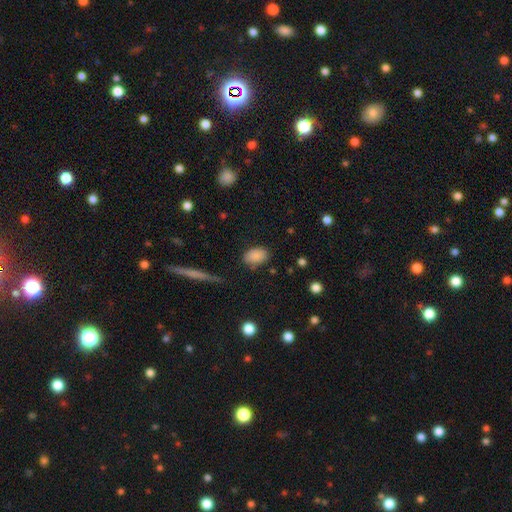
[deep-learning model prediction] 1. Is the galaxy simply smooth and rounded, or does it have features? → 86% smooth, 8% star or artifact, 6% featured or disk.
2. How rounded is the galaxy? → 85% in between, 13% round, 2% cigar-shaped.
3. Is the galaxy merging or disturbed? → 79% none, 15% minor disturbance, 4% major disturbance, 3% merger.